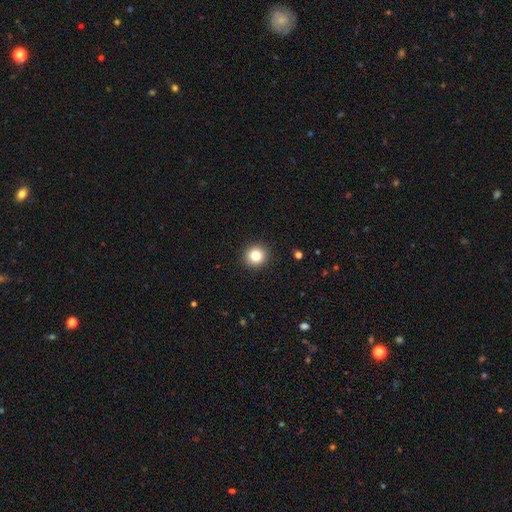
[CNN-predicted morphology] A smooth galaxy with no disk features (82%) that is round (92%).

Vote fractions:
- Smooth or featured? smooth: 82% / star or artifact: 11% / featured or disk: 7%
- How rounded? round: 92% / in between: 7% / cigar-shaped: 1%
- Merging? none: 92% / minor disturbance: 5% / major disturbance: 2% / merger: 1%